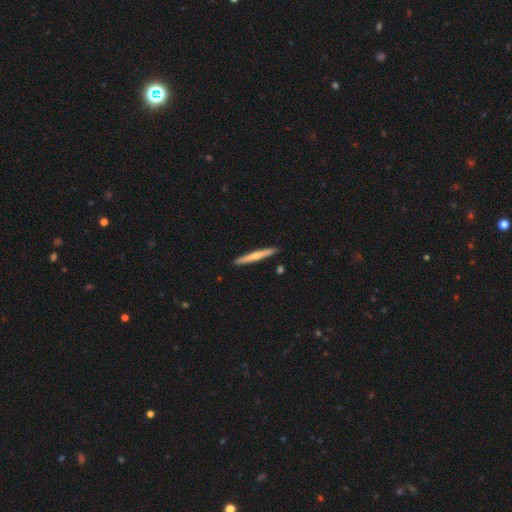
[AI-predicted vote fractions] The model was most divided on "smooth or featured": smooth: 50%, featured or disk: 45%, star or artifact: 5%. More confident: merging — none (91%).